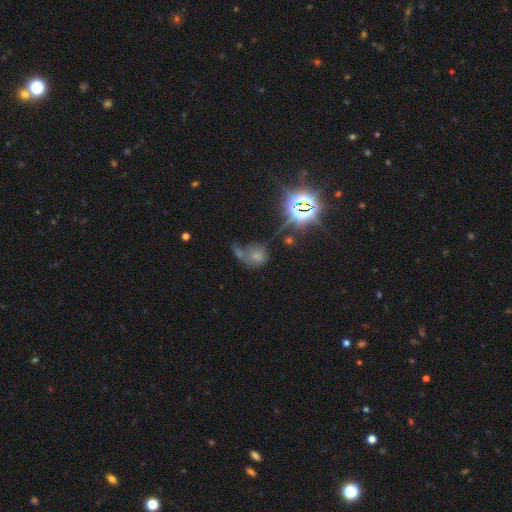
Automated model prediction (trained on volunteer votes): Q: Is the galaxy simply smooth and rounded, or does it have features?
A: smooth — 47%.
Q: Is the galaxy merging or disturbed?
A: merger — 33%.